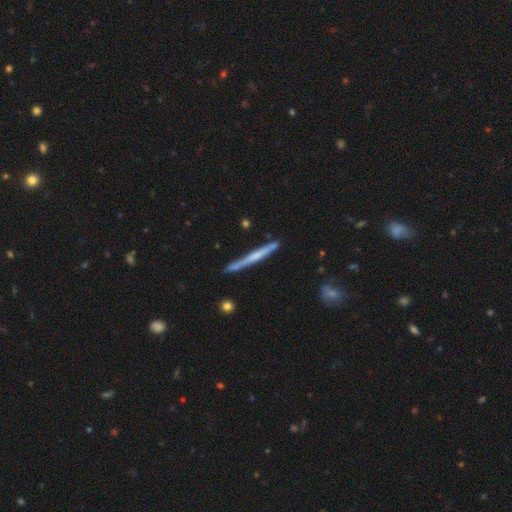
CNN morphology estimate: The model was most divided on "edge-on bulge": none: 50%, rounded: 39%, boxy: 11%. More confident: edge-on disk — yes (97%); merging — none (83%); smooth or featured — featured or disk (63%).